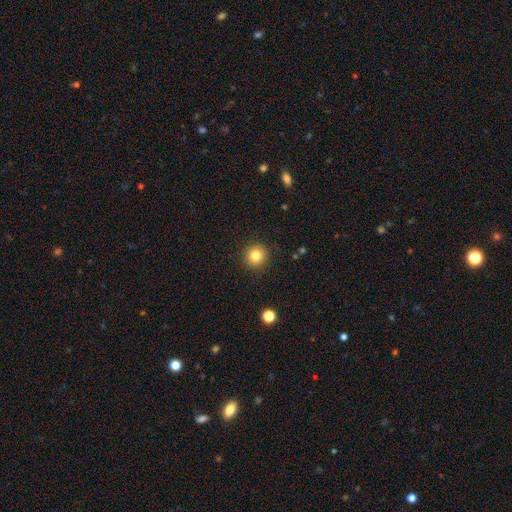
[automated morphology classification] type=smooth (81%); roundness=round (94%); merging=none (91%).